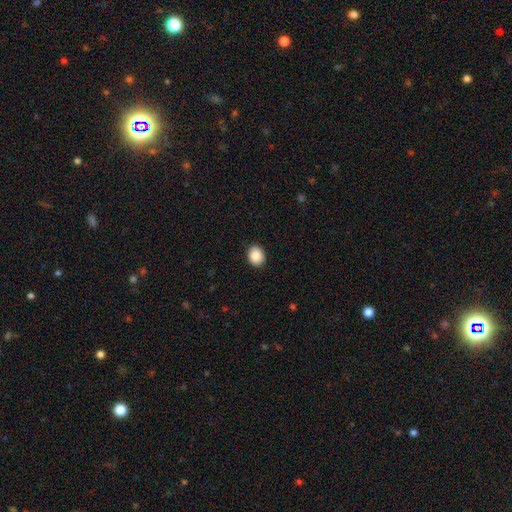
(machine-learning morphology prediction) Q: Smooth or featured?
A: smooth (89%); runner-up: star or artifact (8%)
Q: How rounded?
A: round (52%); runner-up: in between (47%)
Q: Merging?
A: none (90%); runner-up: minor disturbance (7%)